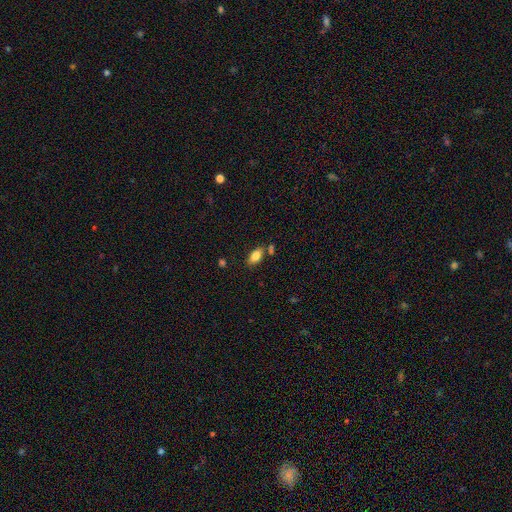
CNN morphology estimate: smooth 81%, featured or disk 11%, star or artifact 8%. Down the decision tree: how rounded — in between (90%); merging — none (73%).